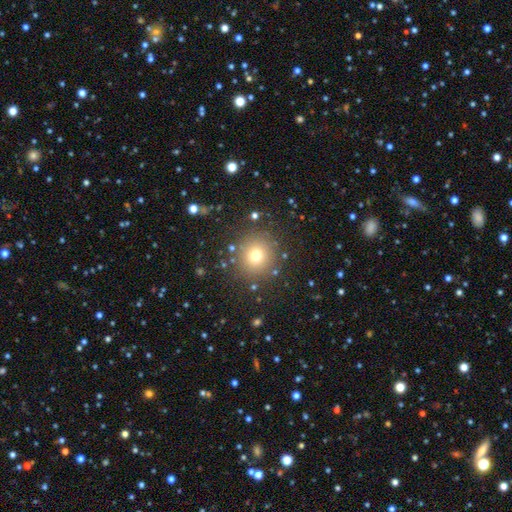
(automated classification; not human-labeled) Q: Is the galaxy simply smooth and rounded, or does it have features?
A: smooth — 71%.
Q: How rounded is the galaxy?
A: round — 92%.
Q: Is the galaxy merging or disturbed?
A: none — 86%.